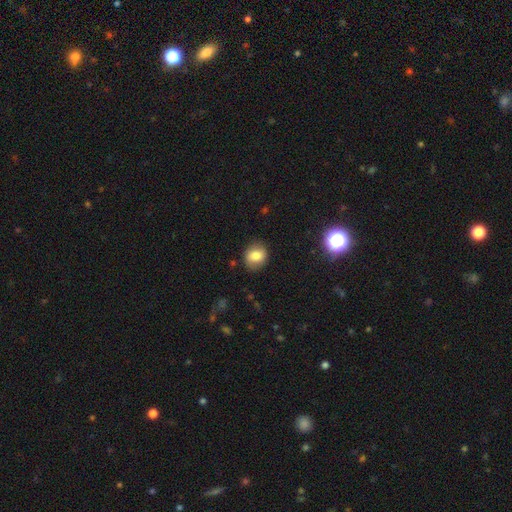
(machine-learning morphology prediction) type=smooth (74%); roundness=round (61%); merging=none (80%).